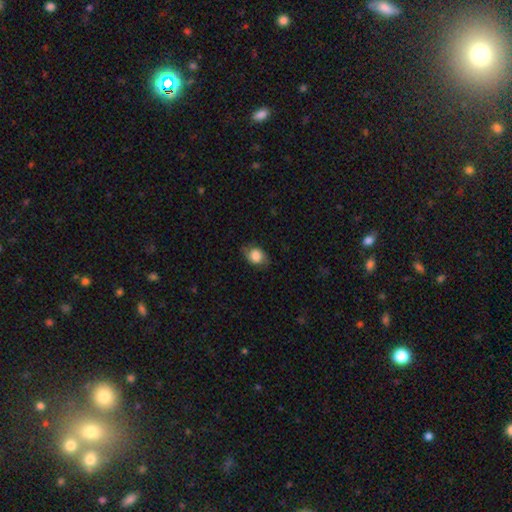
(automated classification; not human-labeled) This is likely a smooth galaxy (69%). How rounded: possibly in between (57%). Merging: likely none (72%).